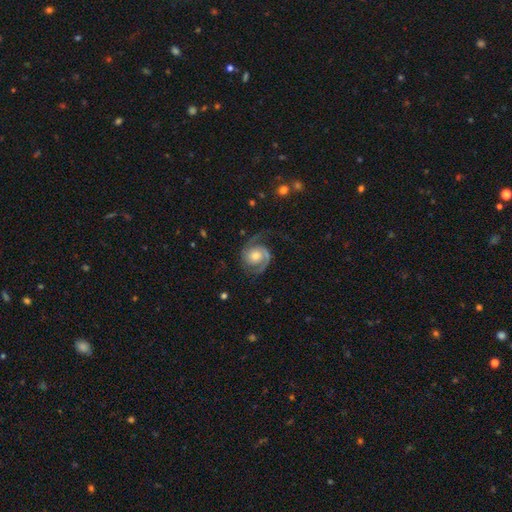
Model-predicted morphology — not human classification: The model was most divided on "spiral winding": medium: 46%, tight: 39%, loose: 15%. More confident: edge-on disk — no (98%); spiral arms — yes (97%); smooth or featured — featured or disk (86%); spiral arm count — 2 (84%); bar — no (69%); merging — none (69%); bulge size — moderate (58%).